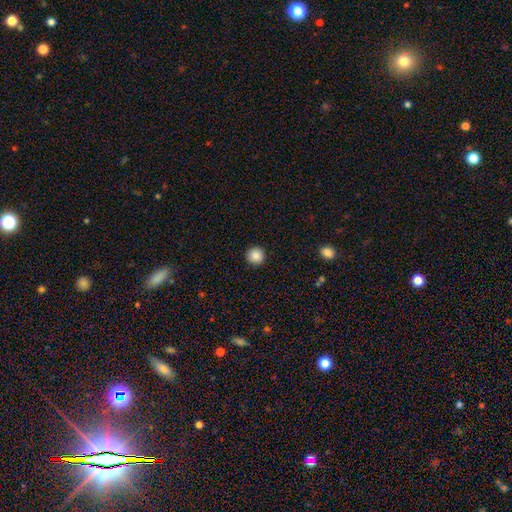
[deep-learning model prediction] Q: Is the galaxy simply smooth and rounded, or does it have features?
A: smooth — 88%.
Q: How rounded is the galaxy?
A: round — 96%.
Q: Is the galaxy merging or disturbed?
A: none — 93%.